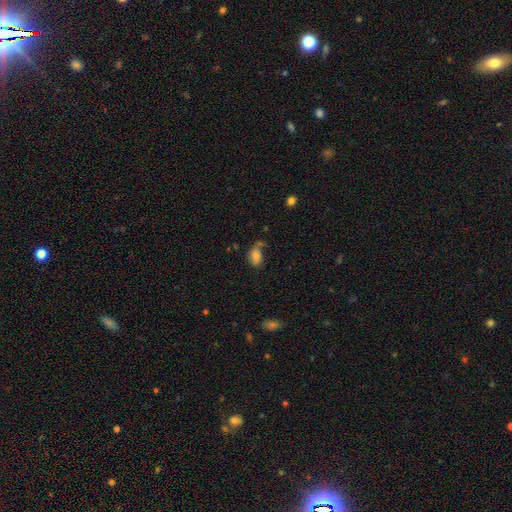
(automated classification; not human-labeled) Morphology: type=smooth (65%); roundness=in between (82%); merging=none (39%).